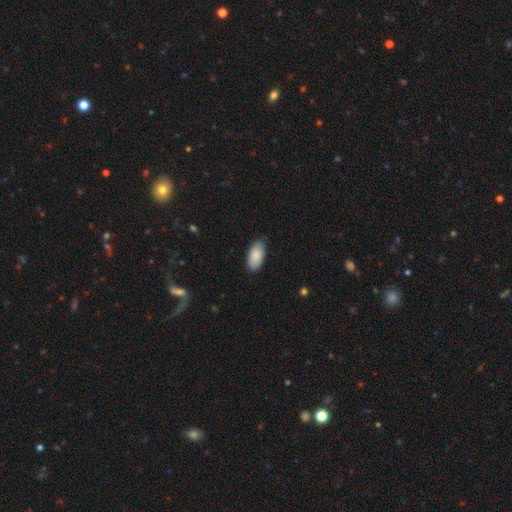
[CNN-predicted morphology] This is clearly a smooth galaxy (88%). How rounded: clearly in between (95%). Merging: clearly none (83%).